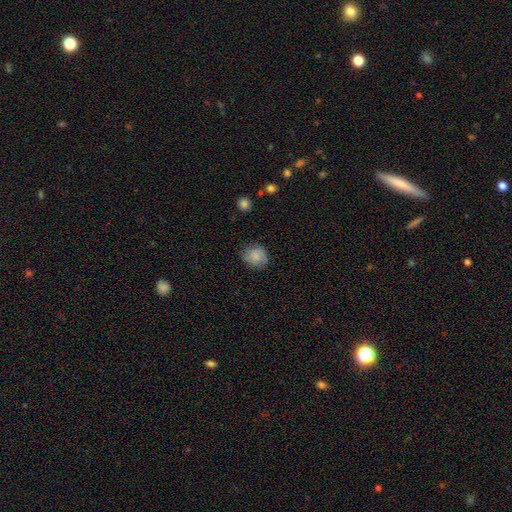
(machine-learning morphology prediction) Overall: smooth (72%). How rounded: round (79%). Merging: none (77%).